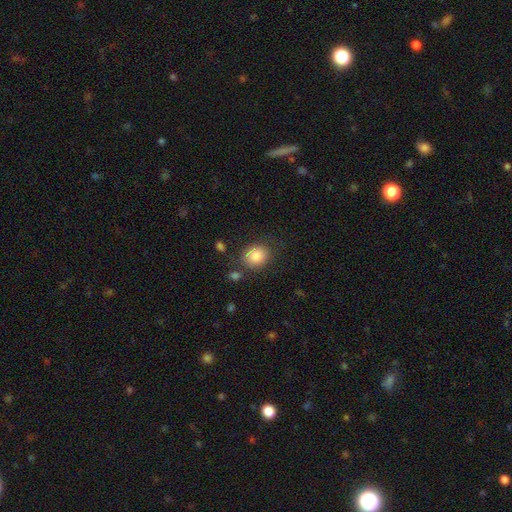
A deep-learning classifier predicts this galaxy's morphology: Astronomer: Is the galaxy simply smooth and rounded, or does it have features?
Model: smooth — 85%.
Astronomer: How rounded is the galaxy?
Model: round — 60% (runner-up: in between, 39%).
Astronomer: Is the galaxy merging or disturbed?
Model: none — 71%.